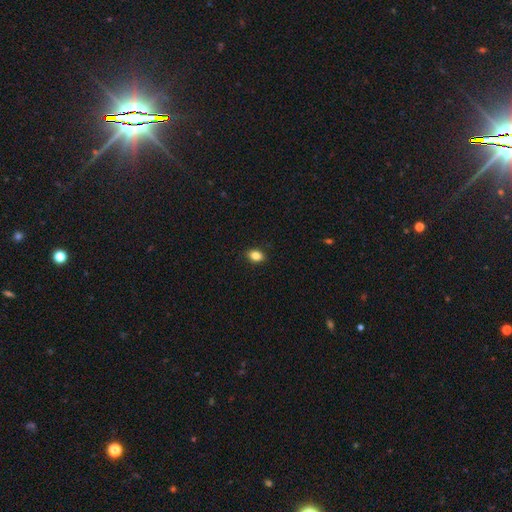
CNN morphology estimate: Smooth or featured: smooth — 85% (star or artifact — 10%)
How rounded: in between — 76% (round — 23%)
Merging: none — 89% (minor disturbance — 8%)